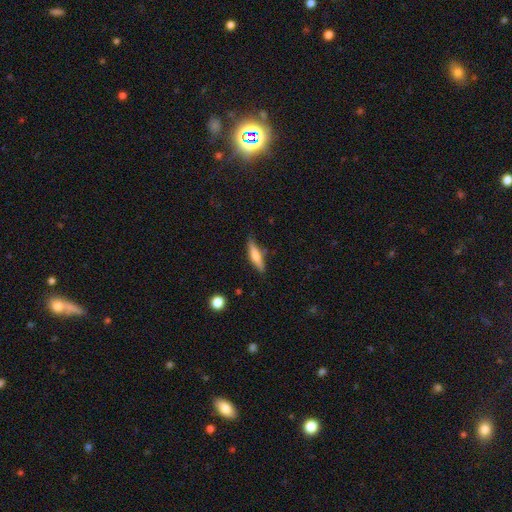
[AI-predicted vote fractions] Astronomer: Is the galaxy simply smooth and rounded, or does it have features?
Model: smooth — 59%.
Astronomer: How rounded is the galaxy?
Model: cigar-shaped — 76%.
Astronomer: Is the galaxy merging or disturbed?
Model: none — 79%.